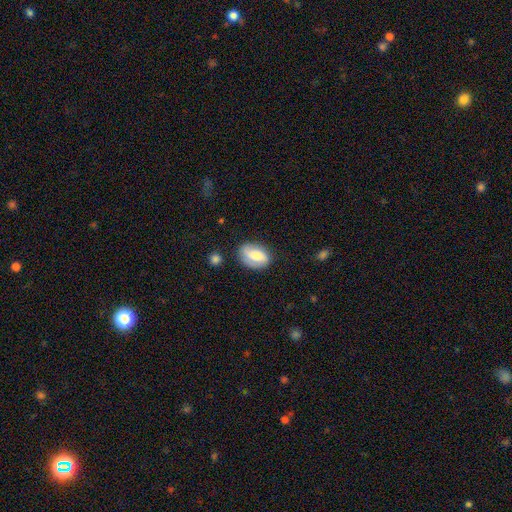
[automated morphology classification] Smooth or featured: smooth — 61% (featured or disk — 32%)
How rounded: in between — 84% (round — 14%)
Merging: none — 68% (minor disturbance — 23%)